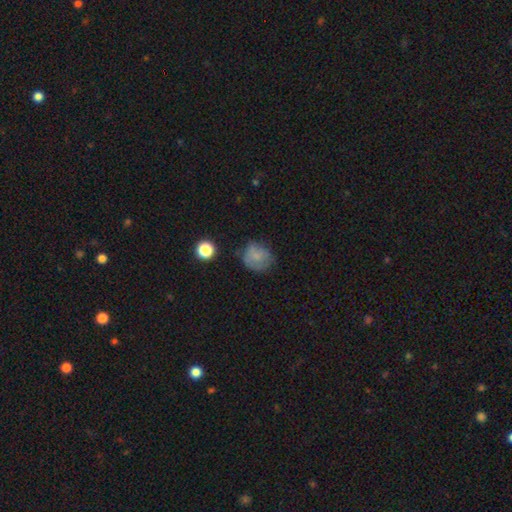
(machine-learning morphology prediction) type=smooth (69%); roundness=round (74%); merging=none (58%).